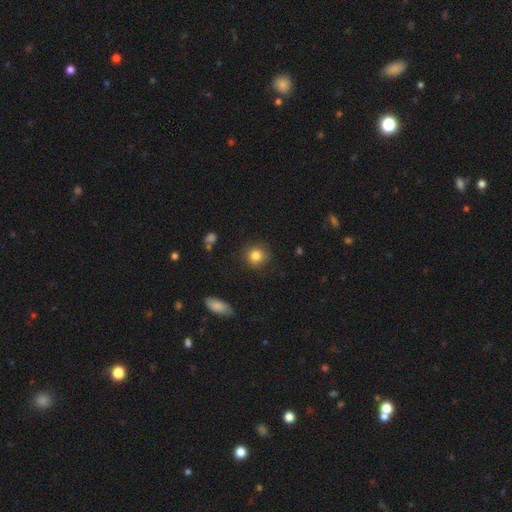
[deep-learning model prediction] This appears to be a smooth galaxy with no disk features (84%) that is round (88%). Merging: none (86%).